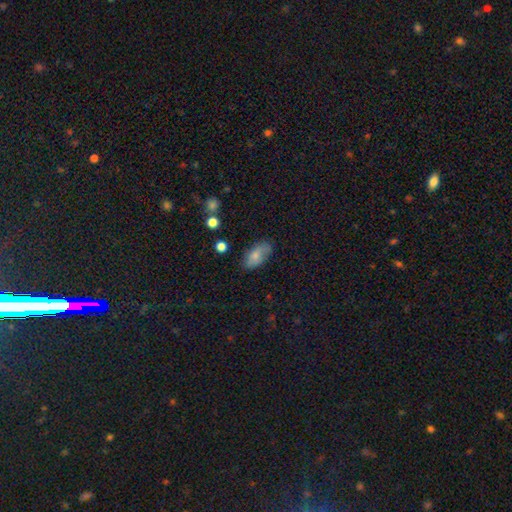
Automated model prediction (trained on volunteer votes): This is likely a smooth galaxy (76%). How rounded: clearly in between (90%). Merging: likely none (74%).